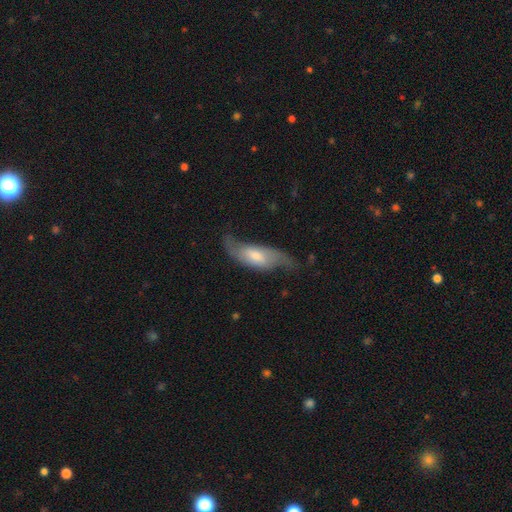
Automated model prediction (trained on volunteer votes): A featured or disk galaxy (65%) with no bar (47%), spiral arms (88%) and a moderate central bulge (53%).

Vote fractions:
- Smooth or featured? featured or disk: 65% / smooth: 28% / star or artifact: 7%
- Edge-on disk? no: 82% / yes: 18%
- Bar? no: 47% / weak: 40% / strong: 13%
- Spiral arms? yes: 88% / no: 12%
- Bulge size? moderate: 53% / small: 31% / large: 9% / none: 5% / dominant: 2%
- Merging? none: 58% / minor disturbance: 26% / major disturbance: 14% / merger: 2%